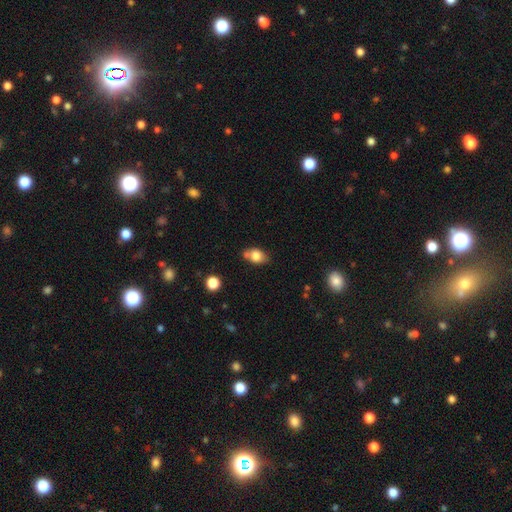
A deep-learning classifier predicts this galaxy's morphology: This appears to be a smooth galaxy with no disk features (79%) that is in between round and cigar-shaped (76%). Merging: none (57%).